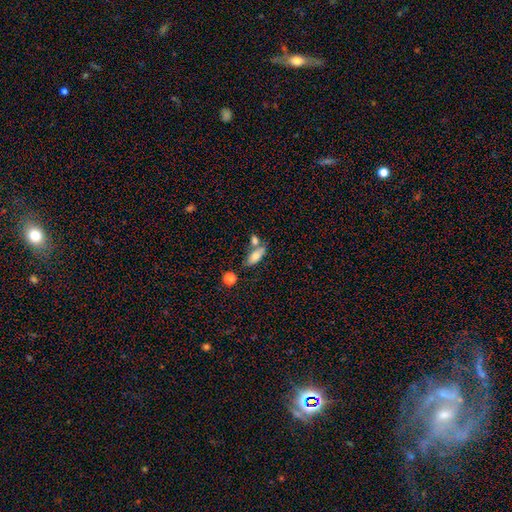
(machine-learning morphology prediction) Smooth or featured: smooth — 75% (featured or disk — 18%)
How rounded: in between — 79% (cigar-shaped — 18%)
Merging: none — 52% (merger — 29%)